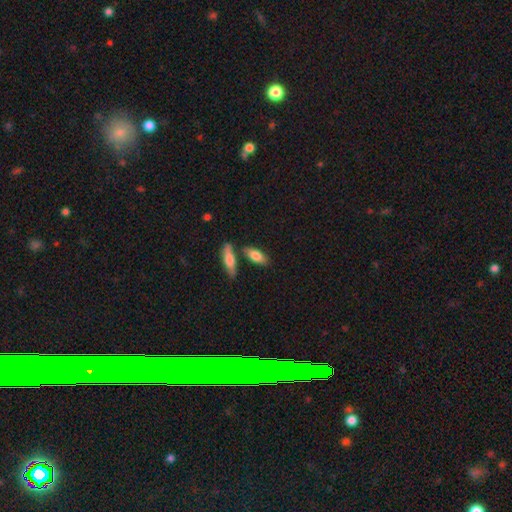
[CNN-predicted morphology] smooth-or-featured: smooth: 77% | featured or disk: 17% | star or artifact: 6%
  how-rounded: in between: 73% | cigar-shaped: 24% | round: 3%
  merging: none: 70% | merger: 15% | minor disturbance: 12% | major disturbance: 3%